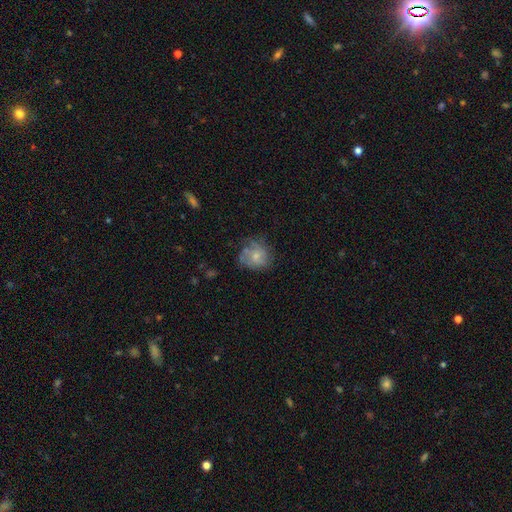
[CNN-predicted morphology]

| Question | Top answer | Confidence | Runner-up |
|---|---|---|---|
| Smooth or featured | smooth | 52% | featured or disk (39%) |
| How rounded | round | 77% | in between (22%) |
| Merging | none | 57% | minor disturbance (26%) |